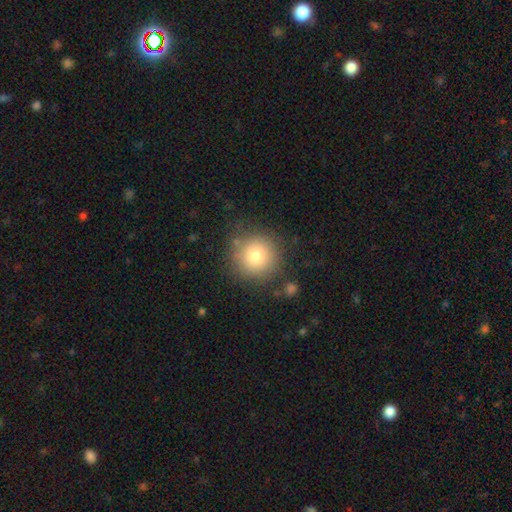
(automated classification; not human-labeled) This is likely a smooth galaxy (78%). How rounded: clearly round (94%). Merging: clearly none (83%).